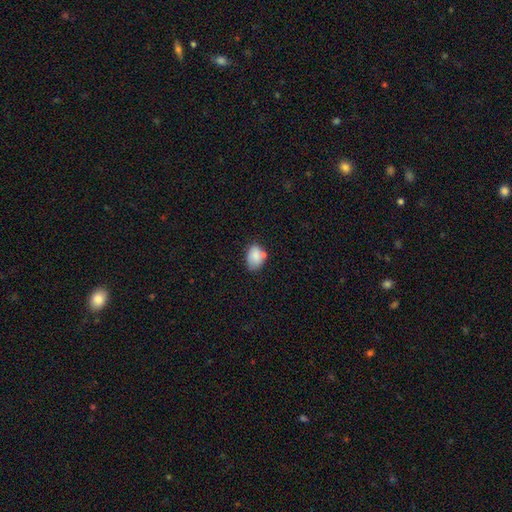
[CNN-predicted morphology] smooth-or-featured: smooth: 83% | featured or disk: 9% | star or artifact: 8%
  how-rounded: in between: 77% | round: 22% | cigar-shaped: 1%
  merging: none: 59% | minor disturbance: 23% | merger: 13% | major disturbance: 5%